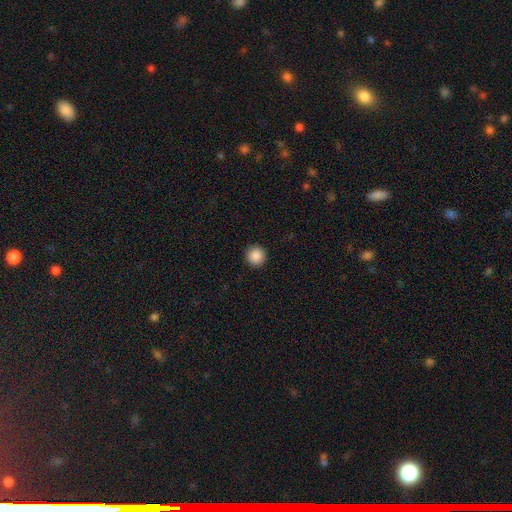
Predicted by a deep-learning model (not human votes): smooth 88%, star or artifact 9%, featured or disk 3%. Down the decision tree: how rounded — round (96%); merging — none (93%).